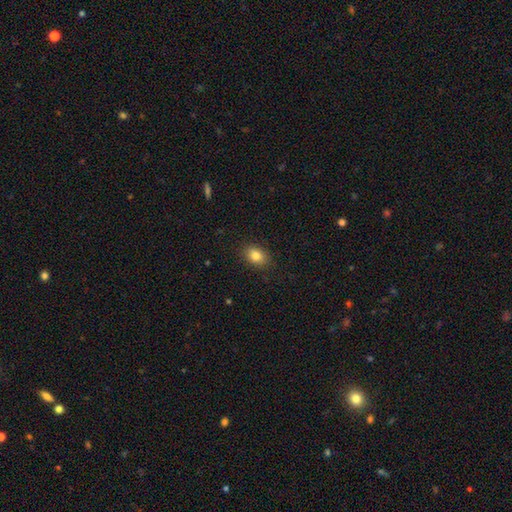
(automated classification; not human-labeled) Smooth or featured? Predicted: smooth (p=0.83). How rounded? Predicted: in between (p=0.72). Merging? Predicted: none (p=0.88).